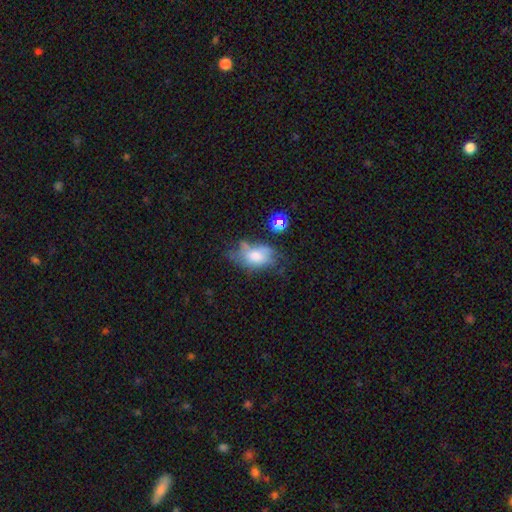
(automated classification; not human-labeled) The model was most divided on "merging": none: 33%, minor disturbance: 31%, major disturbance: 26%, merger: 10%. More confident: how rounded — in between (85%); smooth or featured — smooth (59%).